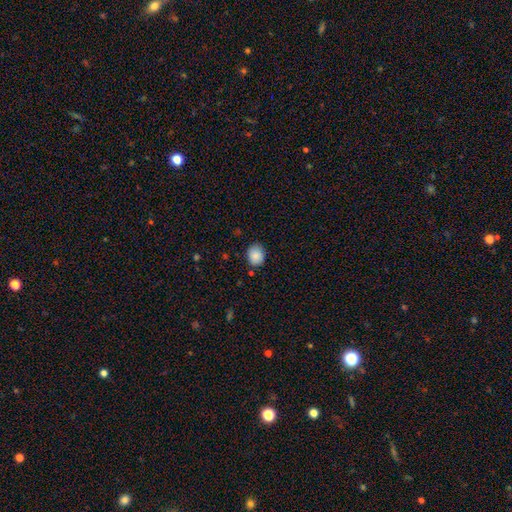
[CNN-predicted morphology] This is clearly a smooth galaxy (88%). How rounded: possibly round (55%). Merging: clearly none (82%).